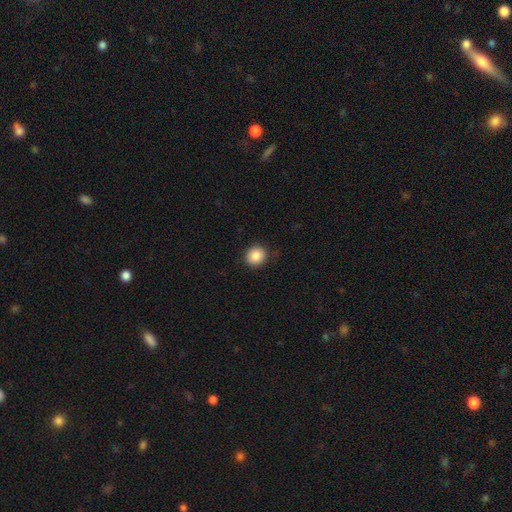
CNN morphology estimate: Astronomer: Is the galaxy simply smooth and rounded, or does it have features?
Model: smooth — 88%.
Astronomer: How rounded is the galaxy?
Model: round — 86%.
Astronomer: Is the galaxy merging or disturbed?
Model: none — 88%.